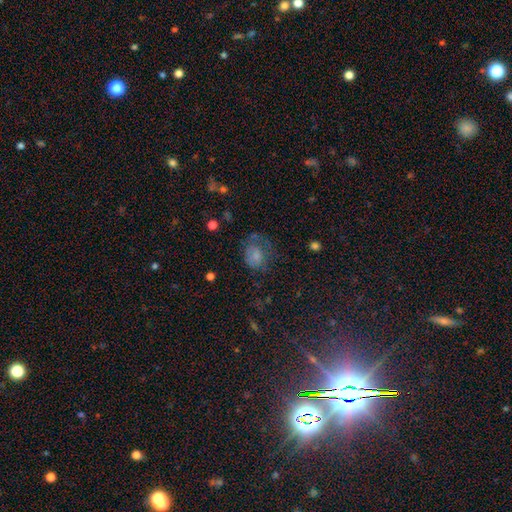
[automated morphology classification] Smooth or featured? smooth (65%)
How rounded? in between (57%)
Merging? none (36%)